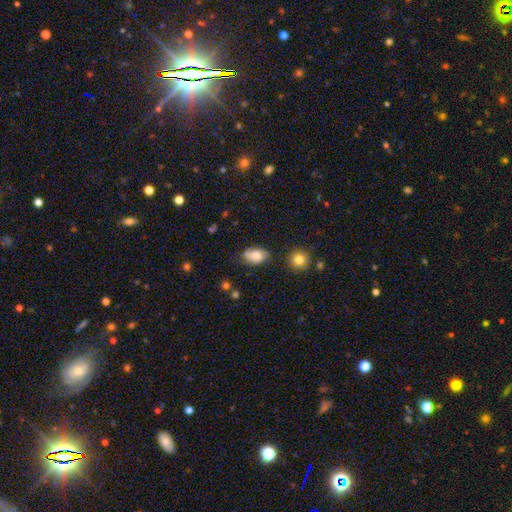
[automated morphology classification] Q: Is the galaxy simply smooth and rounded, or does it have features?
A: smooth — 79%.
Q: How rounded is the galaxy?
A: in between — 91%.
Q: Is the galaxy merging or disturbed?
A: none — 70%.